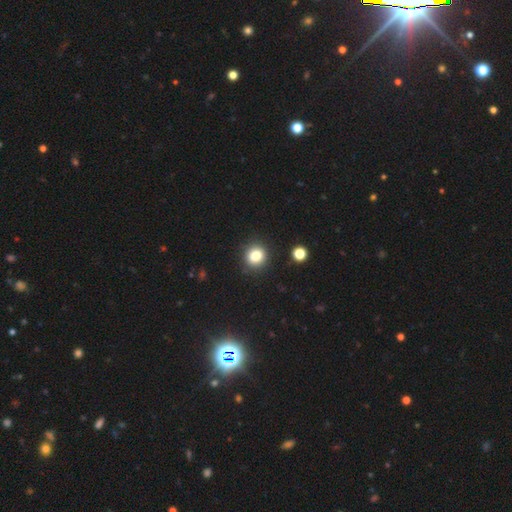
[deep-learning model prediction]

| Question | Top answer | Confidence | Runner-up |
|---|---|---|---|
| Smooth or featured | smooth | 82% | star or artifact (12%) |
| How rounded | round | 80% | in between (19%) |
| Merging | none | 88% | minor disturbance (8%) |